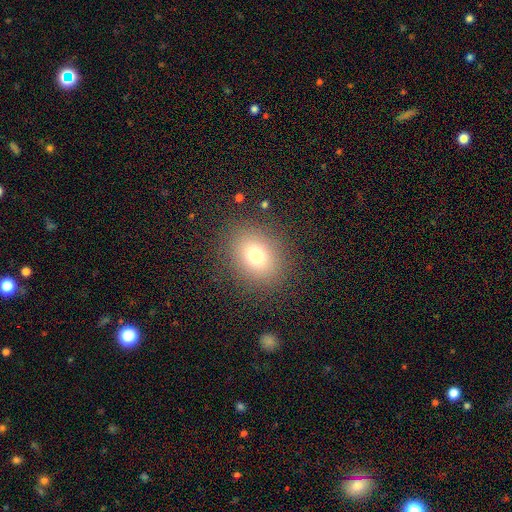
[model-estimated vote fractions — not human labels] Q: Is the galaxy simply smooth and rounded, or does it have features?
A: smooth — 76%.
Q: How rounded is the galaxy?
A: round — 52%.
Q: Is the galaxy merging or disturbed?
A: none — 86%.